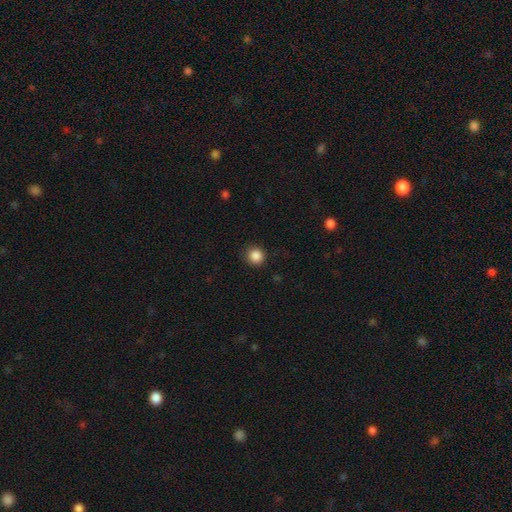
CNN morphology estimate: smooth-or-featured: smooth: 87% | star or artifact: 10% | featured or disk: 3%
  how-rounded: round: 90% | in between: 9% | cigar-shaped: 1%
  merging: none: 88% | minor disturbance: 8% | major disturbance: 2% | merger: 1%